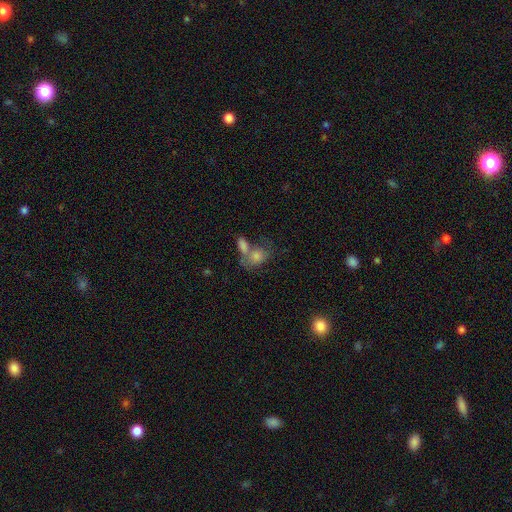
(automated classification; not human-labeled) The model was most divided on "merging": merger: 46%, none: 30%, minor disturbance: 14%, major disturbance: 10%. More confident: how rounded — in between (66%); smooth or featured — smooth (63%).